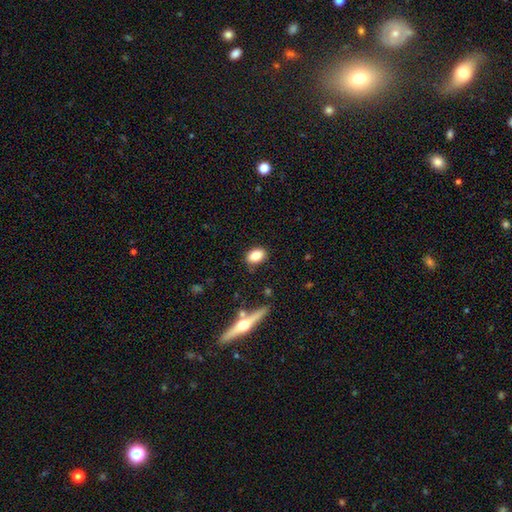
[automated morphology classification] This is clearly a smooth galaxy (82%). How rounded: likely in between (80%). Merging: clearly none (85%).